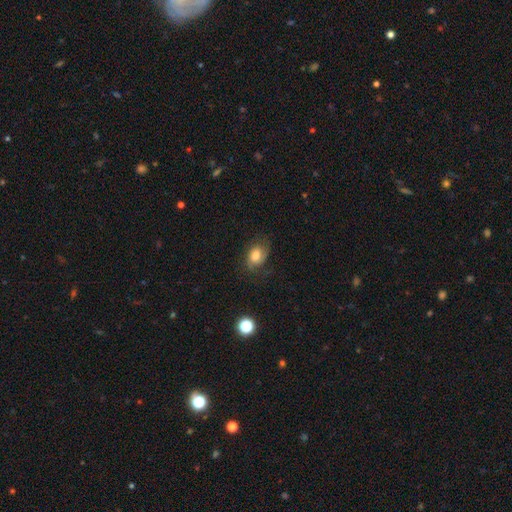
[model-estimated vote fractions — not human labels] smooth-or-featured: smooth: 51% | featured or disk: 39% | star or artifact: 10%
  how-rounded: in between: 69% | round: 30% | cigar-shaped: 1%
  merging: none: 64% | minor disturbance: 22% | major disturbance: 12% | merger: 1%